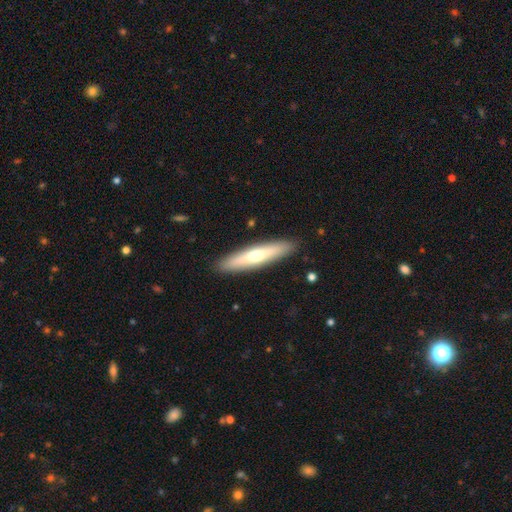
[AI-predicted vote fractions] Overall: smooth (53%; featured or disk 42%). How rounded: cigar-shaped (86%). Merging: none (91%).